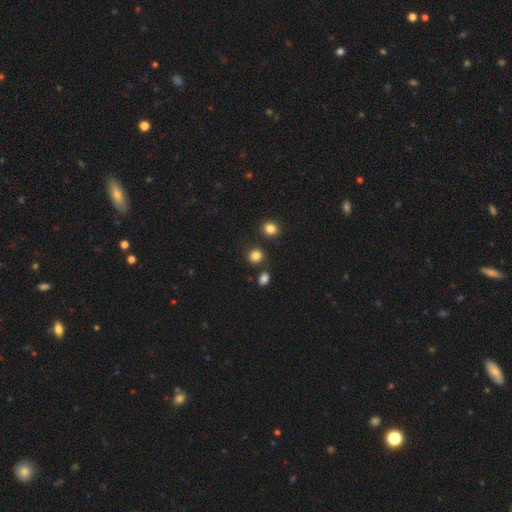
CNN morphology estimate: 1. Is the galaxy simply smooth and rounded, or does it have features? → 83% smooth, 12% star or artifact, 4% featured or disk.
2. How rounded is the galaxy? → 85% round, 14% in between, 1% cigar-shaped.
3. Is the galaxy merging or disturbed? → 83% none, 7% minor disturbance, 7% merger, 3% major disturbance.